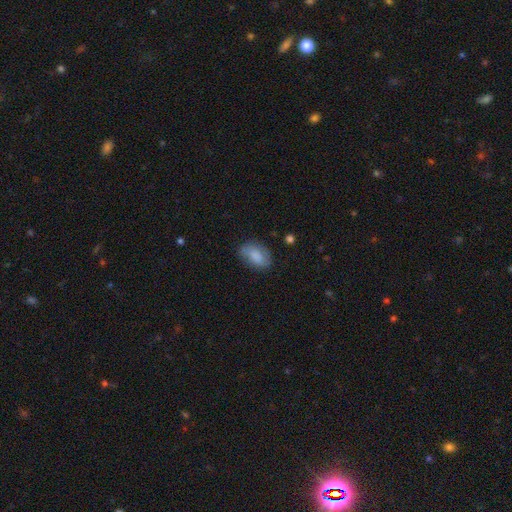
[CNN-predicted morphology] smooth-or-featured: smooth: 78% | featured or disk: 15% | star or artifact: 7%
  how-rounded: in between: 88% | round: 10% | cigar-shaped: 2%
  merging: none: 68% | minor disturbance: 24% | major disturbance: 7% | merger: 2%